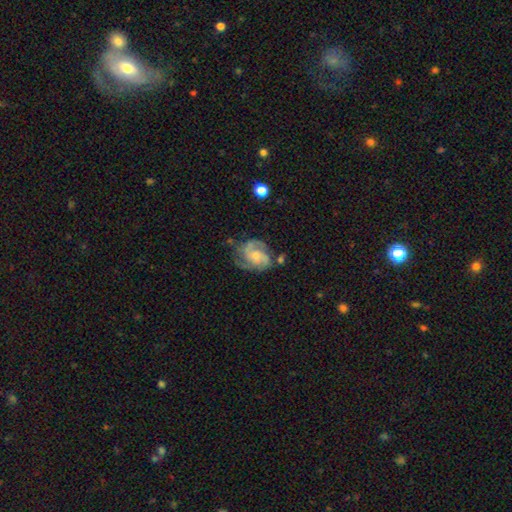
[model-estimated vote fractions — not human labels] A featured or disk galaxy (86%) with no bar (64%), 2 (45%) medium (48%) spiral arms (97%) and a small central bulge (56%). Merging: none (60%).